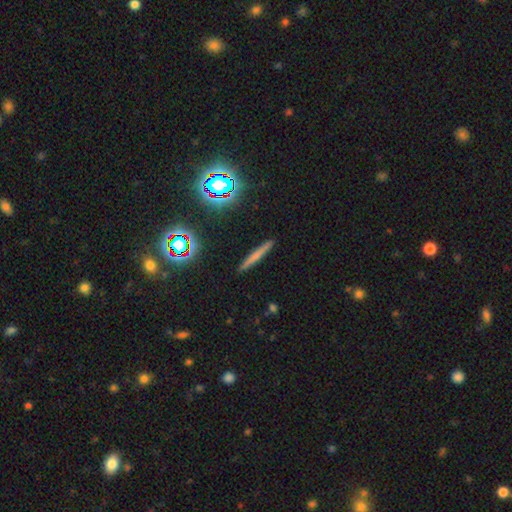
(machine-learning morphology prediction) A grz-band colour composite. It shows a smooth galaxy with no disk features (54%) that is cigar-shaped (93%). Merging: none (90%).